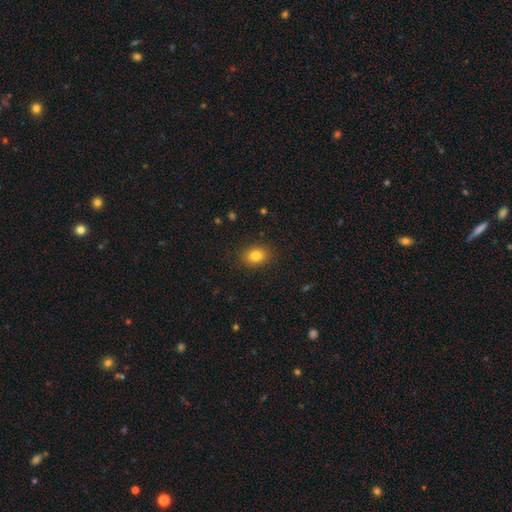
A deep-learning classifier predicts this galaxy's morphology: Smooth or featured?
  - smooth: 82% *
  - star or artifact: 11%
  - featured or disk: 7%
How rounded?
  - in between: 60% *
  - round: 39%
  - cigar-shaped: 1%
Merging?
  - none: 88% *
  - minor disturbance: 9%
  - major disturbance: 2%
  - merger: 1%